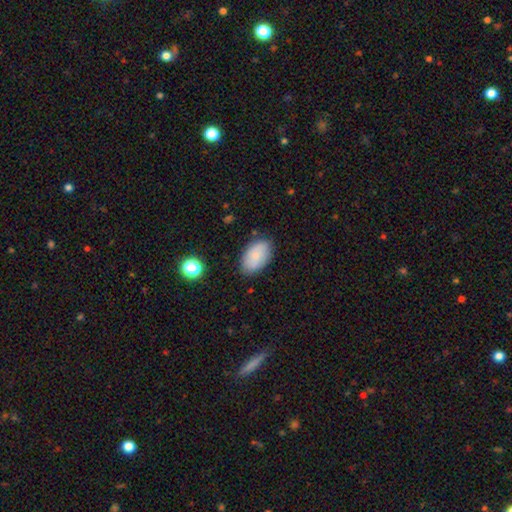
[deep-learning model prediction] smooth_or_featured: smooth (p=0.76) [alt: featured or disk p=0.16]
how_rounded: in between (p=0.93) [alt: round p=0.06]
merging: none (p=0.82) [alt: minor disturbance p=0.13]